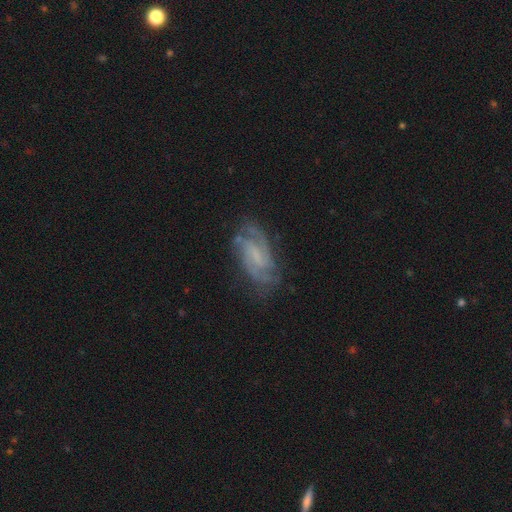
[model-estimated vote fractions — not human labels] smooth_or_featured: featured or disk (p=0.81) [alt: smooth p=0.12]
disk_edge_on: no (p=0.96) [alt: yes p=0.04]
bar: weak (p=0.49) [alt: no p=0.36]
has_spiral_arms: yes (p=0.94) [alt: no p=0.06]
spiral_winding: medium (p=0.44) [alt: tight p=0.43]
spiral_arm_count: 2 (p=0.44) [alt: can't tell p=0.24]
bulge_size: none (p=0.41) [alt: small p=0.39]
merging: none (p=0.72) [alt: minor disturbance p=0.18]